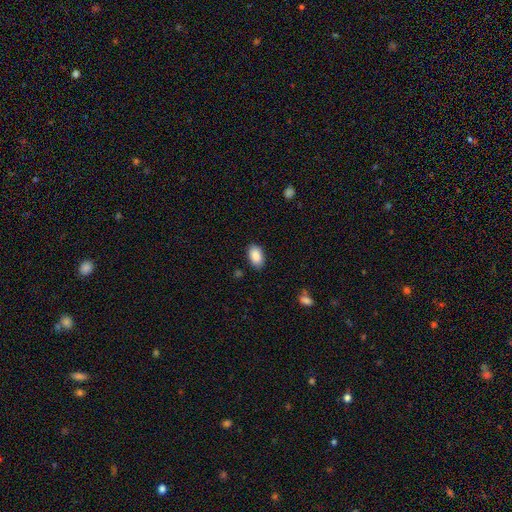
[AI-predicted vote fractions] This appears to be a smooth galaxy with no disk features (89%) that is in between round and cigar-shaped (93%). Merging: none (85%).